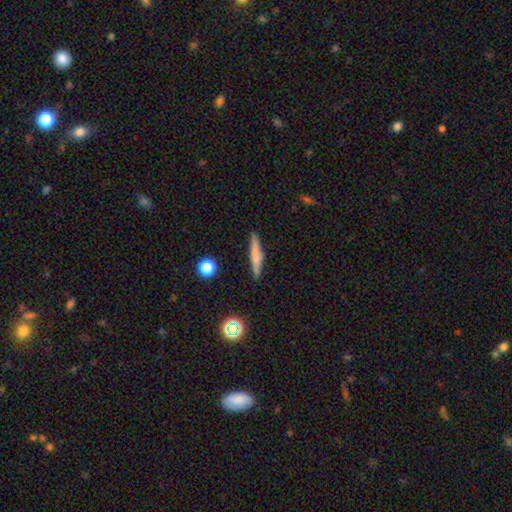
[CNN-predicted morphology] A smooth galaxy with no disk features (61%) that is cigar-shaped (92%).

Vote fractions:
- Smooth or featured? smooth: 61% / featured or disk: 31% / star or artifact: 8%
- How rounded? cigar-shaped: 92% / in between: 6% / round: 2%
- Merging? none: 87% / minor disturbance: 9% / major disturbance: 2% / merger: 2%